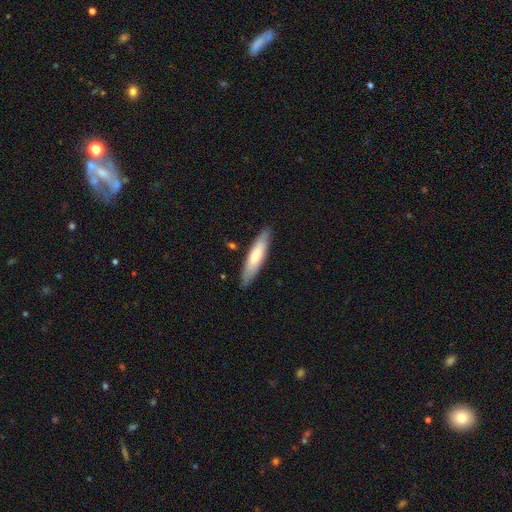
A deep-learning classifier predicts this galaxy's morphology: smooth-or-featured: smooth: 70% | featured or disk: 25% | star or artifact: 5%
  how-rounded: cigar-shaped: 75% | in between: 23% | round: 1%
  merging: none: 86% | minor disturbance: 11% | major disturbance: 2% | merger: 1%